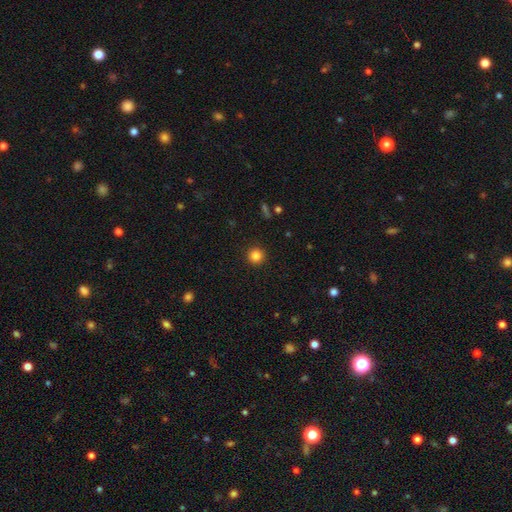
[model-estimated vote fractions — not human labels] Smooth or featured?
  - smooth: 84% *
  - star or artifact: 11%
  - featured or disk: 5%
How rounded?
  - round: 96% *
  - in between: 3%
  - cigar-shaped: 1%
Merging?
  - none: 93% *
  - minor disturbance: 5%
  - major disturbance: 2%
  - merger: 1%